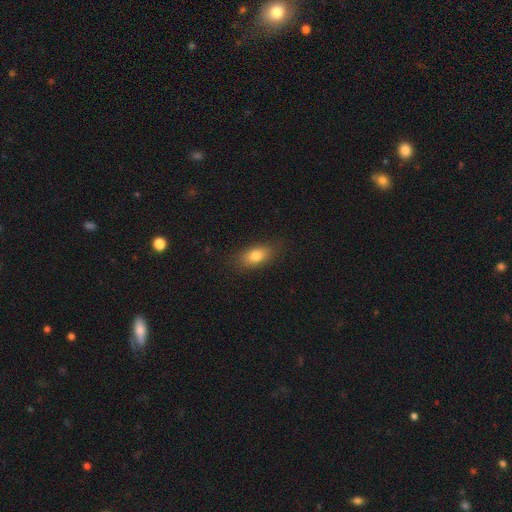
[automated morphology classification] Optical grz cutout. It shows a smooth galaxy with no disk features (80%) that is in between round and cigar-shaped (84%). Merging: none (84%).